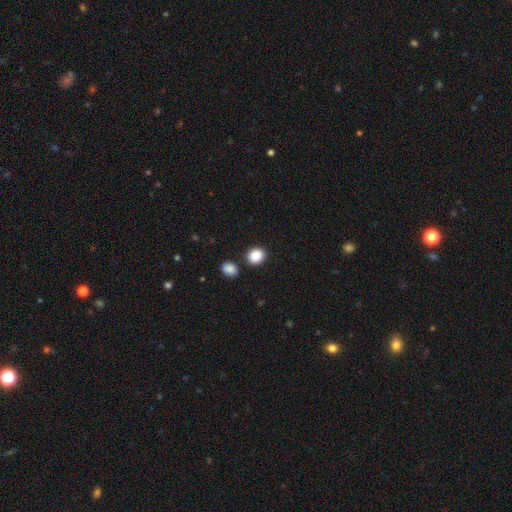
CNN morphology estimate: Smooth or featured? Predicted: smooth (p=0.86). How rounded? Predicted: round (p=0.76). Merging? Predicted: none (p=0.84).